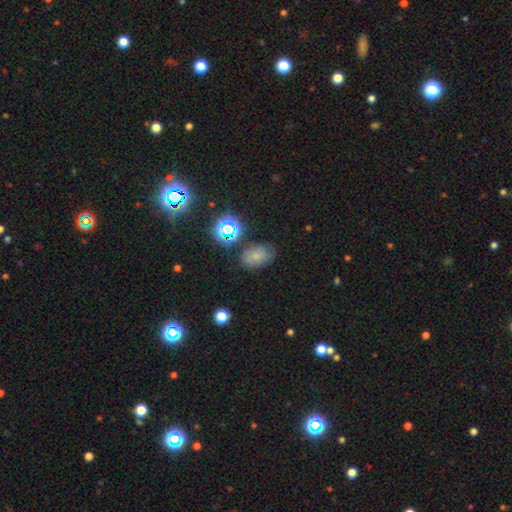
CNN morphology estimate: The model was most divided on "smooth or featured": smooth: 65%, star or artifact: 21%, featured or disk: 15%. More confident: how rounded — in between (81%); merging — none (74%).